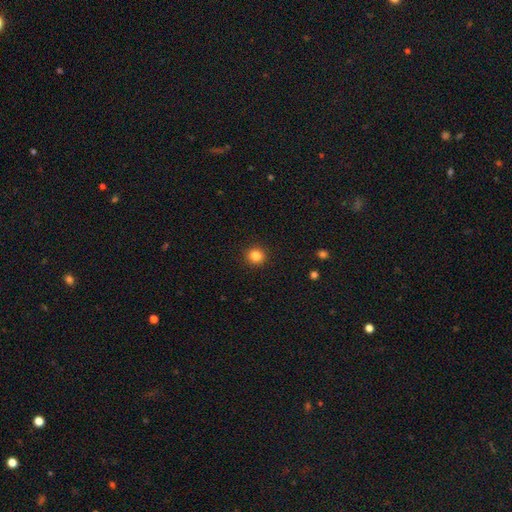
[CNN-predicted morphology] Smooth or featured? smooth (84%)
How rounded? round (92%)
Merging? none (93%)